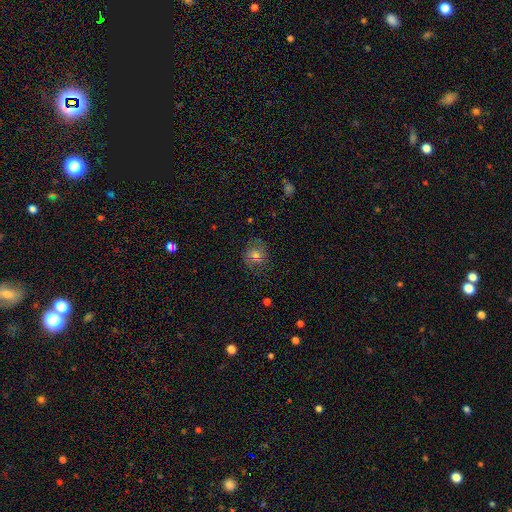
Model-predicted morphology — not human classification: A smooth galaxy with no disk features (62%) that is round (78%). Merging: none (74%).